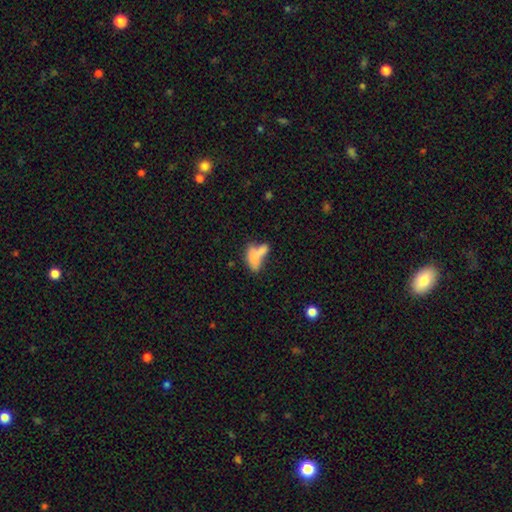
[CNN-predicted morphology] This is likely a smooth galaxy (72%). How rounded: likely in between (80%). Merging: possibly merger (54%).